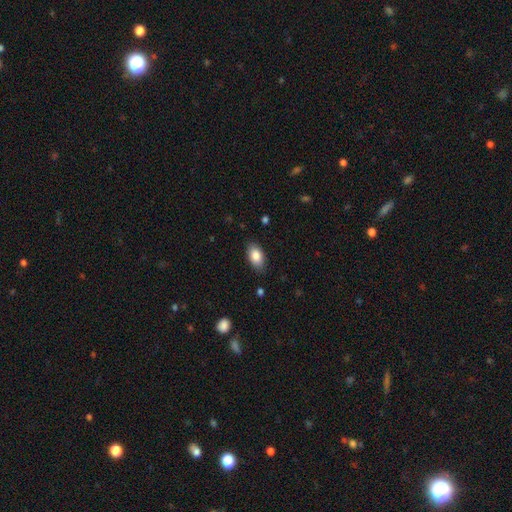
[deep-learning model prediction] Overall: smooth (85%). How rounded: in between (92%). Merging: none (85%).